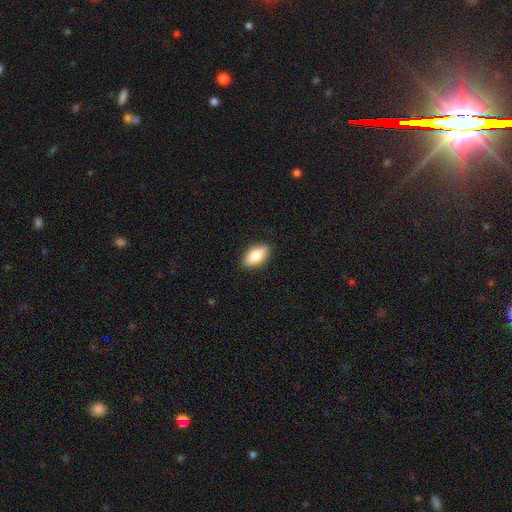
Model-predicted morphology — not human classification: Smooth or featured?
  - smooth: 75% *
  - featured or disk: 18%
  - star or artifact: 7%
How rounded?
  - in between: 87% *
  - cigar-shaped: 9%
  - round: 4%
Merging?
  - none: 89% *
  - minor disturbance: 9%
  - major disturbance: 2%
  - merger: 1%